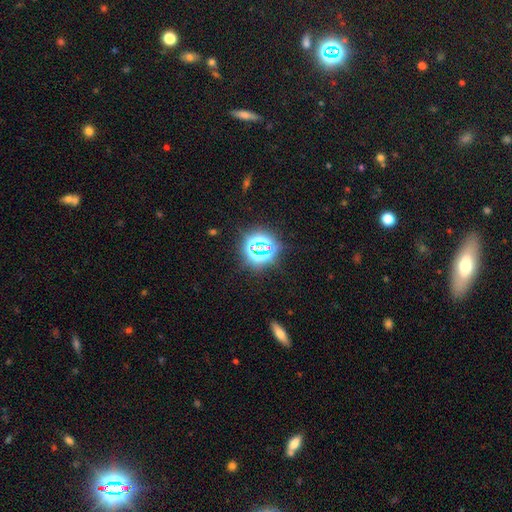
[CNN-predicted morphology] smooth_or_featured: star or artifact (p=0.73) [alt: smooth p=0.18]